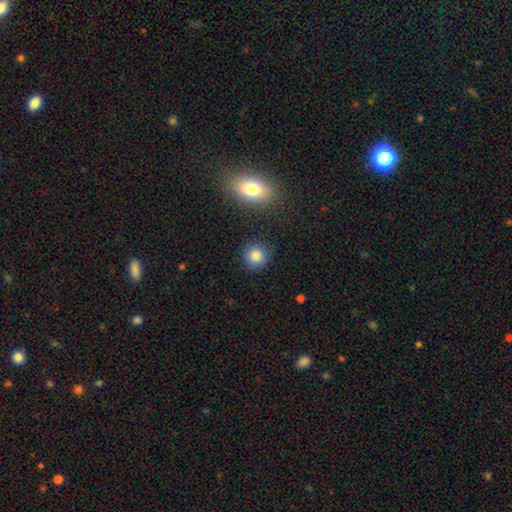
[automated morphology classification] A smooth galaxy with no disk features (83%) that is round (90%).

Vote fractions:
- Smooth or featured? smooth: 83% / star or artifact: 11% / featured or disk: 6%
- How rounded? round: 90% / in between: 9% / cigar-shaped: 1%
- Merging? none: 88% / minor disturbance: 7% / major disturbance: 3% / merger: 2%